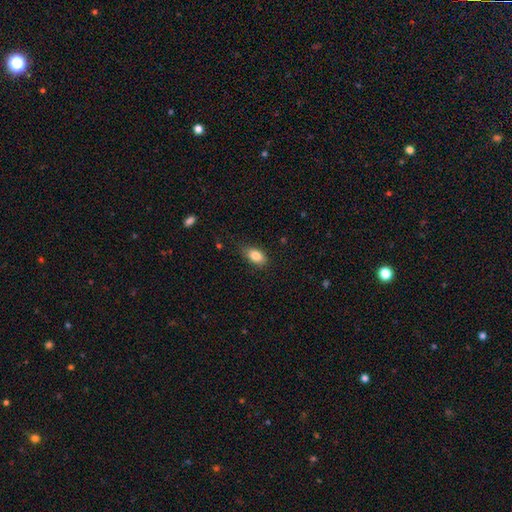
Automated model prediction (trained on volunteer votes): This appears to be a smooth galaxy with no disk features (84%) that is in between round and cigar-shaped (89%). Merging: none (77%).